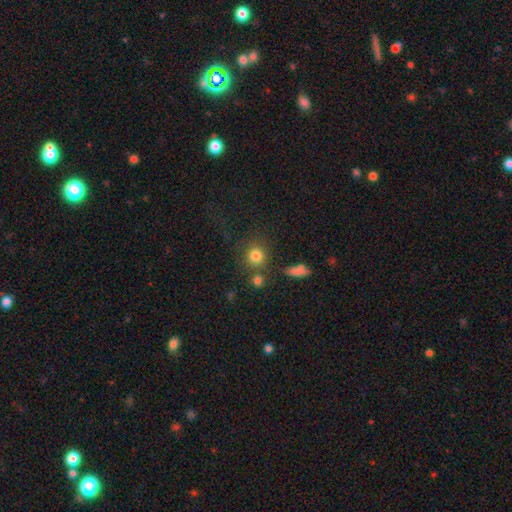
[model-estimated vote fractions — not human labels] This appears to be a smooth galaxy with no disk features (80%) that is round (87%). Merging: none (70%).